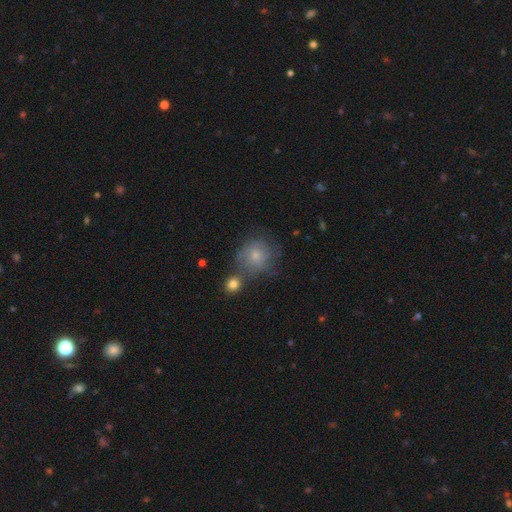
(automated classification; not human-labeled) Smooth or featured: smooth — 60% (featured or disk — 30%)
How rounded: round — 85% (in between — 14%)
Merging: none — 54% (minor disturbance — 21%)